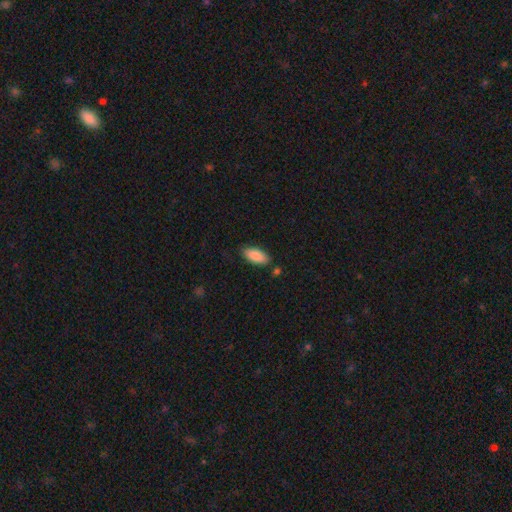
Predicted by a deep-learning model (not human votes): Smooth or featured?
  - smooth: 88% *
  - star or artifact: 6%
  - featured or disk: 6%
How rounded?
  - in between: 86% *
  - cigar-shaped: 12%
  - round: 2%
Merging?
  - none: 82% *
  - minor disturbance: 12%
  - merger: 3%
  - major disturbance: 3%